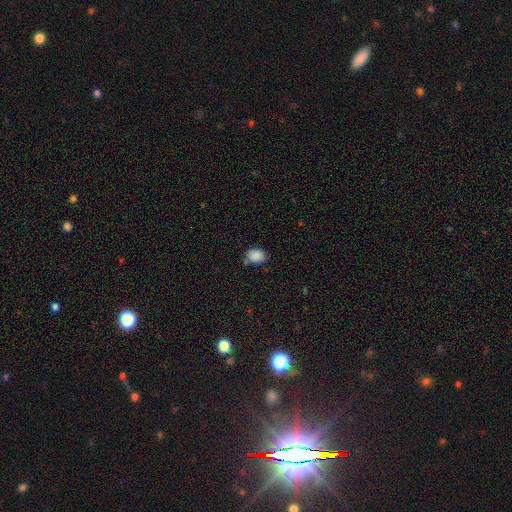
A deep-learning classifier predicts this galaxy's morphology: Overall: smooth (87%). How rounded: in between (62%; round 37%). Merging: none (71%).